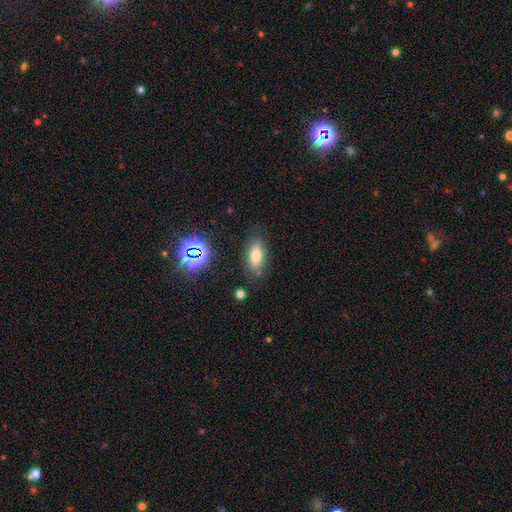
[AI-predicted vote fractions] The model was most divided on "smooth or featured": smooth: 73%, featured or disk: 14%, star or artifact: 13%. More confident: how rounded — in between (82%); merging — none (80%).